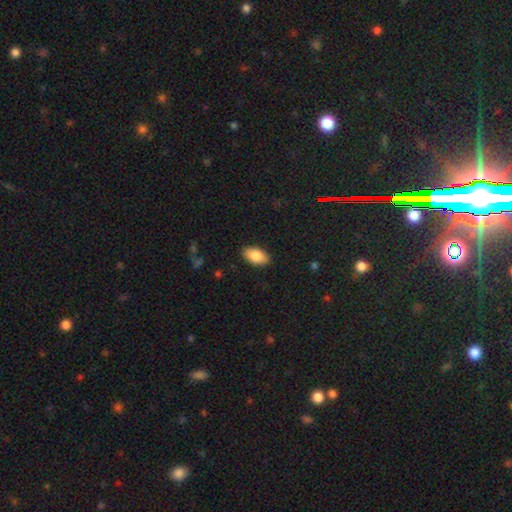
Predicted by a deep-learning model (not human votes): A smooth galaxy with no disk features (86%) that is in between round and cigar-shaped (94%). Merging: none (88%).